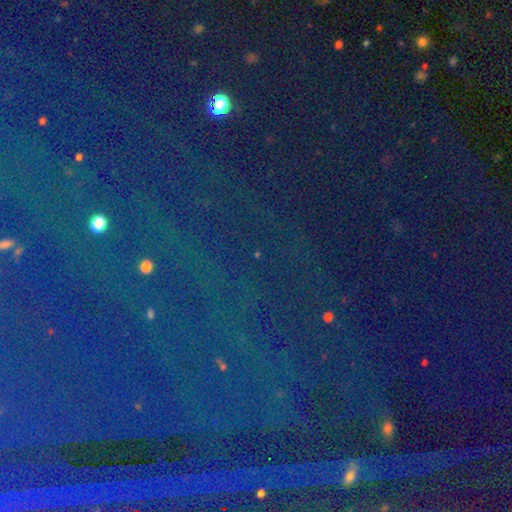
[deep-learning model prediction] A star or artifact, not a galaxy (85%).